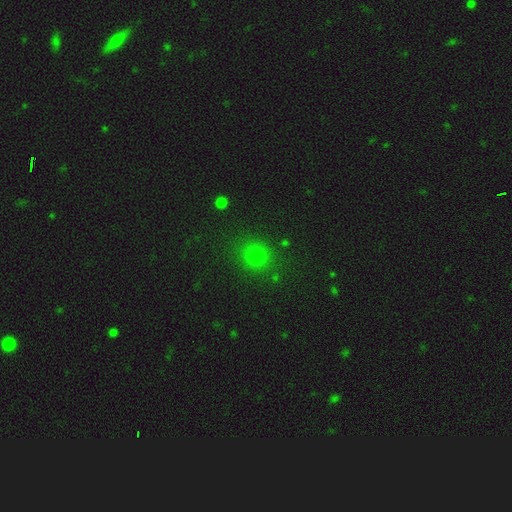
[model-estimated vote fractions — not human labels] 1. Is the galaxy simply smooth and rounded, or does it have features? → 74% smooth, 20% star or artifact, 6% featured or disk.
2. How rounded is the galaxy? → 88% round, 11% in between, 1% cigar-shaped.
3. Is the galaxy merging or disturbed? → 86% none, 9% minor disturbance, 3% major disturbance, 2% merger.